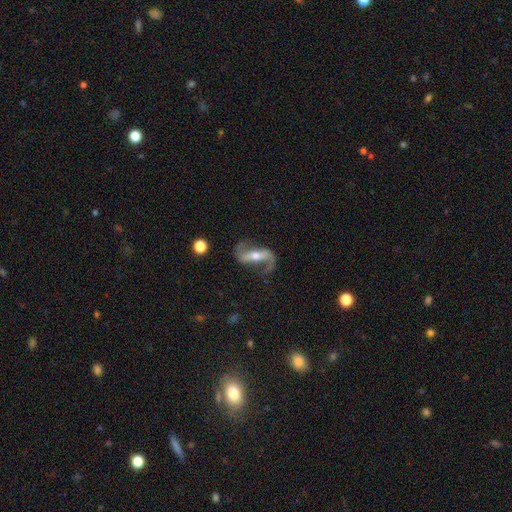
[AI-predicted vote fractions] Smooth or featured: featured or disk — 89% (smooth — 6%)
Edge-on disk: no — 94% (yes — 6%)
Bar: strong — 58% (weak — 25%)
Spiral arms: yes — 96% (no — 4%)
Spiral winding: loose — 61% (medium — 31%)
Spiral arm count: 2 — 92% (1 — 3%)
Bulge size: moderate — 54% (small — 39%)
Merging: none — 75% (minor disturbance — 13%)